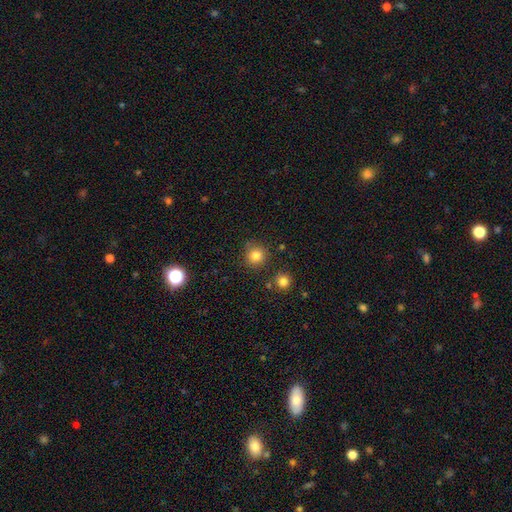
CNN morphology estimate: The model was most divided on "smooth or featured": smooth: 82%, star or artifact: 12%, featured or disk: 6%. More confident: how rounded — round (92%); merging — none (83%).